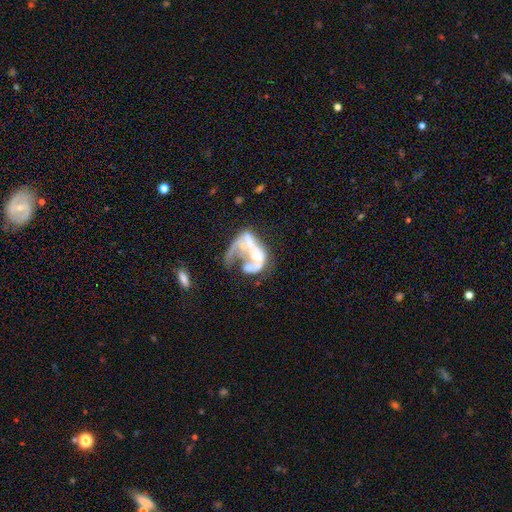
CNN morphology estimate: Smooth or featured? featured or disk (71%)
Edge-on disk? no (97%)
Bar? no (74%)
Spiral arms? no (63%)
Bulge size? none (38%)
Merging? major disturbance (42%)